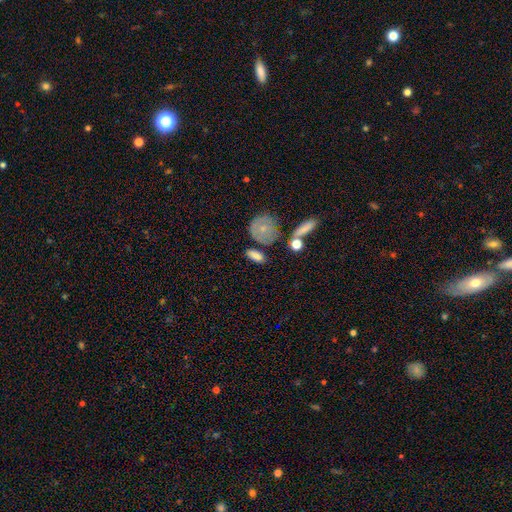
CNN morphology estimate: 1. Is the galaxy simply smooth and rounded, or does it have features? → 80% smooth, 13% featured or disk, 8% star or artifact.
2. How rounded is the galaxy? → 68% in between, 16% round, 16% cigar-shaped.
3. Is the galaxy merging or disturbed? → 69% none, 15% minor disturbance, 11% merger, 5% major disturbance.